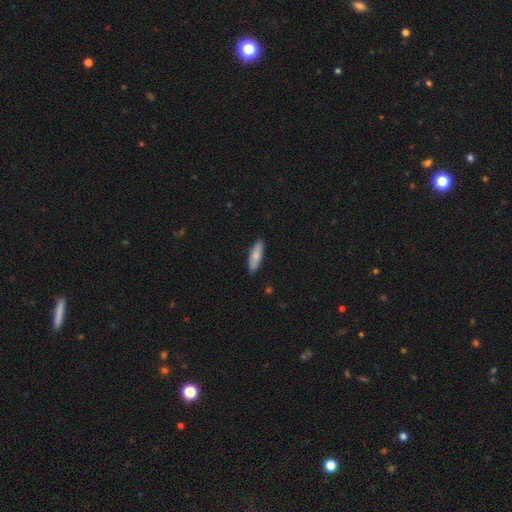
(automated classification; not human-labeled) The model was most divided on "how rounded": in between: 50%, cigar-shaped: 48%, round: 2%. More confident: merging — none (88%); smooth or featured — smooth (77%).